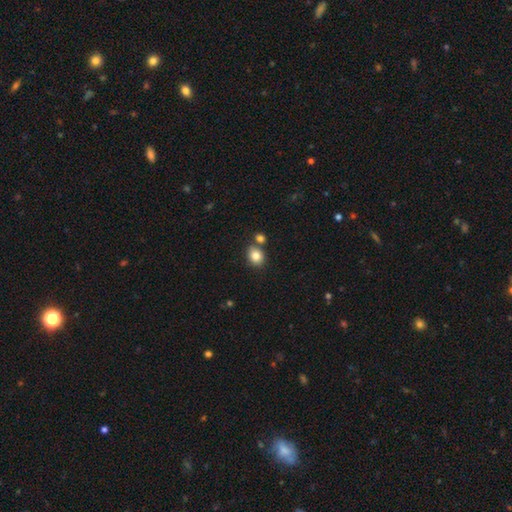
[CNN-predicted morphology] This is clearly a smooth galaxy (83%). How rounded: possibly round (56%). Merging: likely none (69%).